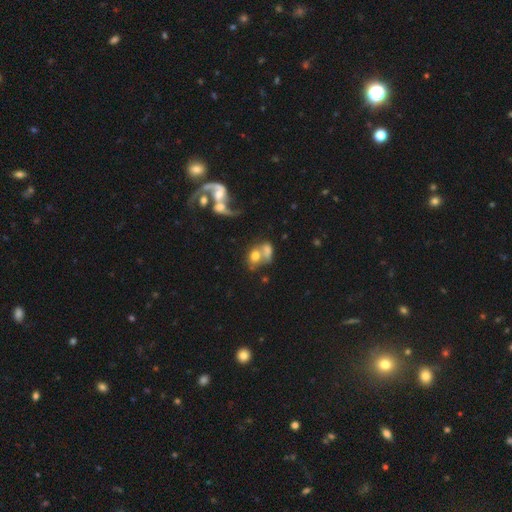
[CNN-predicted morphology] Overall: smooth (60%; featured or disk 28%). How rounded: round (49%, tied with in between). Merging: merger (61%).